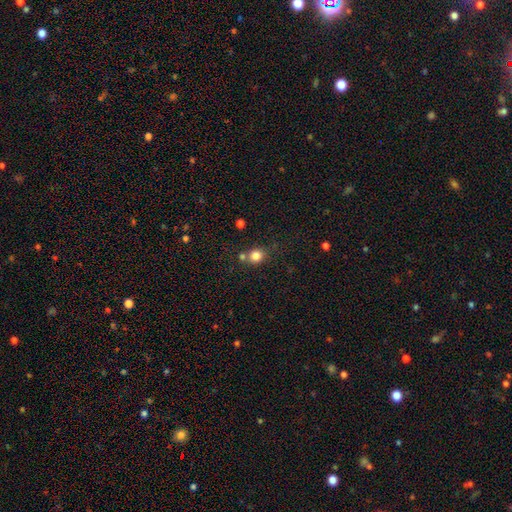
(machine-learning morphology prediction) Smooth or featured: smooth — 82% (star or artifact — 12%)
How rounded: round — 78% (in between — 21%)
Merging: none — 61% (merger — 24%)